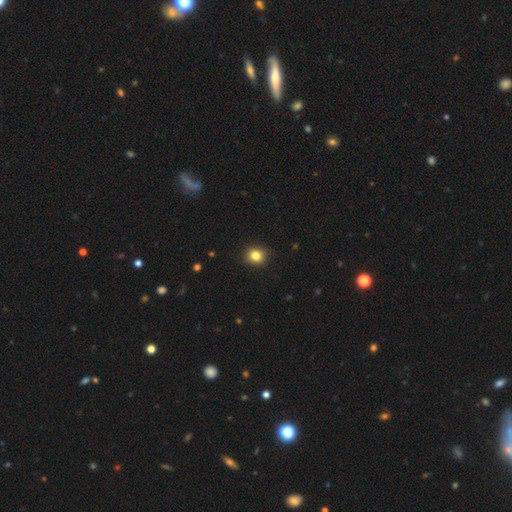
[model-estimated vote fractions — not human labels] This is clearly a smooth galaxy (83%). How rounded: likely round (78%). Merging: clearly none (88%).